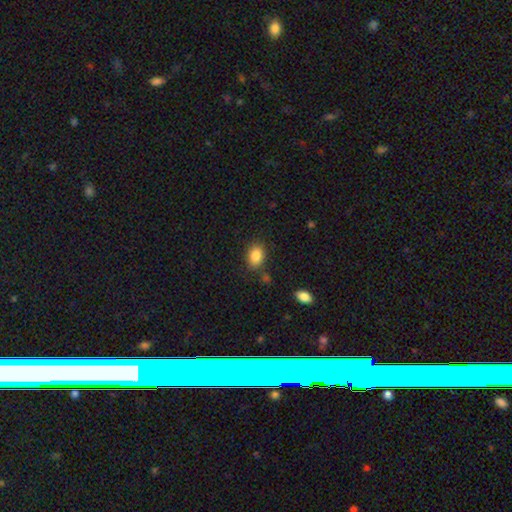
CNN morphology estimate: smooth-or-featured: smooth: 86% | star or artifact: 8% | featured or disk: 5%
  how-rounded: in between: 79% | round: 19% | cigar-shaped: 1%
  merging: none: 80% | minor disturbance: 13% | merger: 4% | major disturbance: 4%